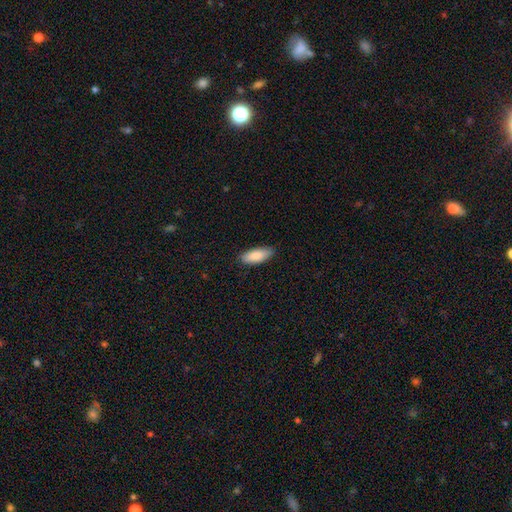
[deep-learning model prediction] smooth 87%, featured or disk 8%, star or artifact 5%. Down the decision tree: how rounded — in between (74%); merging — none (86%).